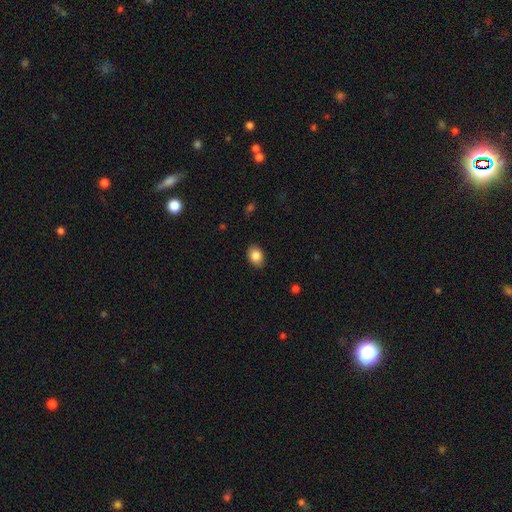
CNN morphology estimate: The model was most divided on "how rounded": in between: 74%, round: 25%, cigar-shaped: 1%. More confident: merging — none (87%); smooth or featured — smooth (85%).